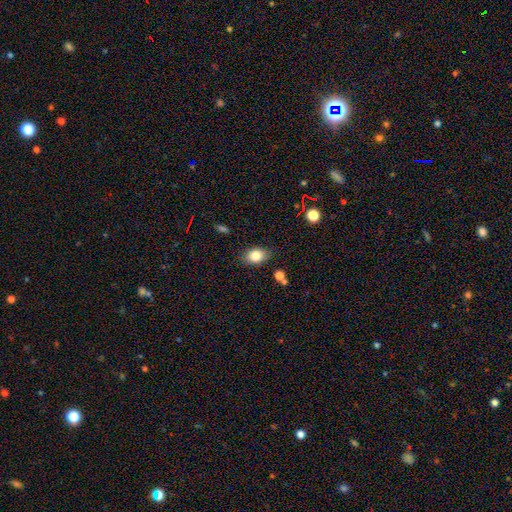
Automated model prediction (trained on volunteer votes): Overall: smooth (81%). How rounded: in between (78%). Merging: none (81%).